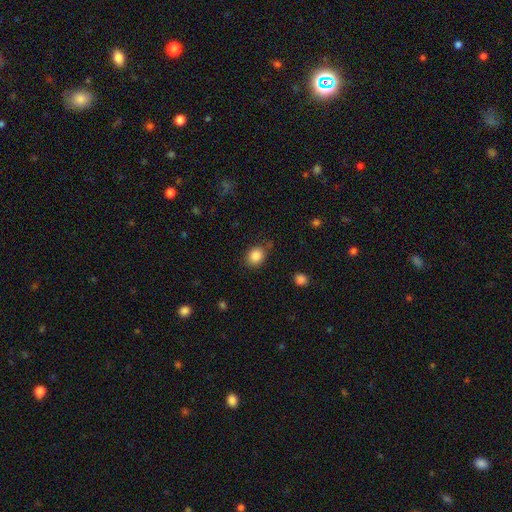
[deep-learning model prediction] Smooth or featured? Predicted: smooth (p=0.87). How rounded? Predicted: round (p=0.58). Merging? Predicted: none (p=0.78).